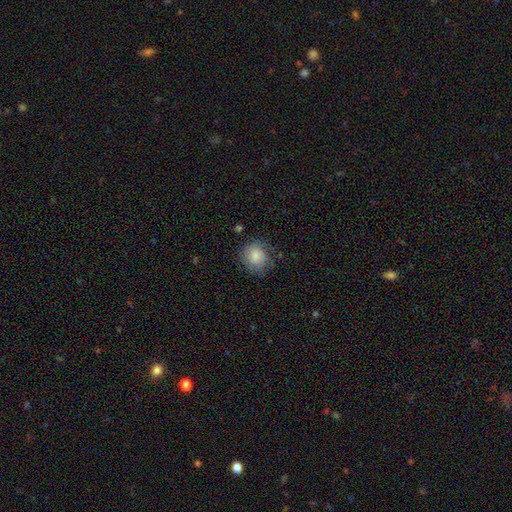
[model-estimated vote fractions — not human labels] A smooth galaxy with no disk features (76%) that is round (80%).

Vote fractions:
- Smooth or featured? smooth: 76% / featured or disk: 16% / star or artifact: 8%
- How rounded? round: 80% / in between: 19% / cigar-shaped: 1%
- Merging? none: 68% / minor disturbance: 22% / major disturbance: 8% / merger: 2%